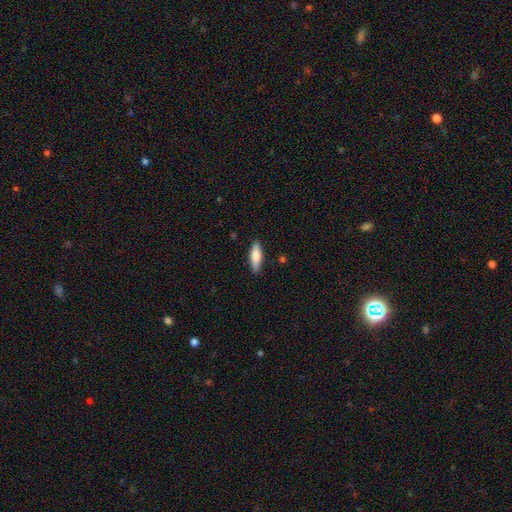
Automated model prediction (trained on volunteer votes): Smooth or featured? smooth (73%)
How rounded? cigar-shaped (55%)
Merging? none (87%)